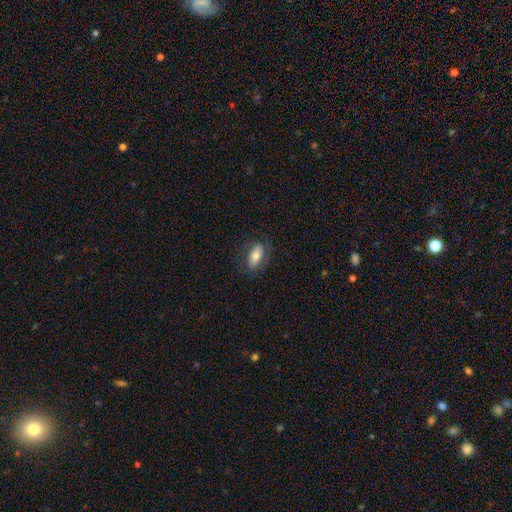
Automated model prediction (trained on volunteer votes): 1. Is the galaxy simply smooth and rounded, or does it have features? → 67% smooth, 26% featured or disk, 7% star or artifact.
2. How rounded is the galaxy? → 85% in between, 10% cigar-shaped, 5% round.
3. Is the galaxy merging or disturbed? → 78% none, 15% minor disturbance, 6% major disturbance, 1% merger.